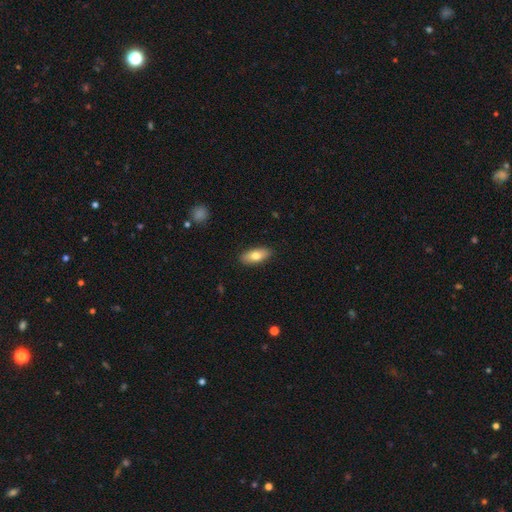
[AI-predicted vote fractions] This is likely a smooth galaxy (76%). How rounded: clearly in between (85%). Merging: clearly none (88%).